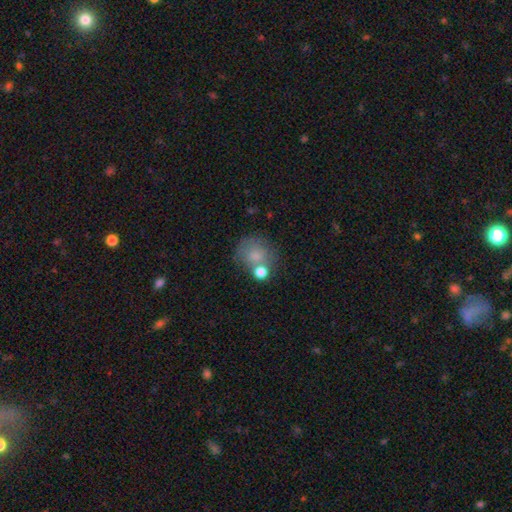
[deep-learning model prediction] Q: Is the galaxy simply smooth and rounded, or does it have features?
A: smooth — 74%.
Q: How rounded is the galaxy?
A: round — 78%.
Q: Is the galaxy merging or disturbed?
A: none — 51%.